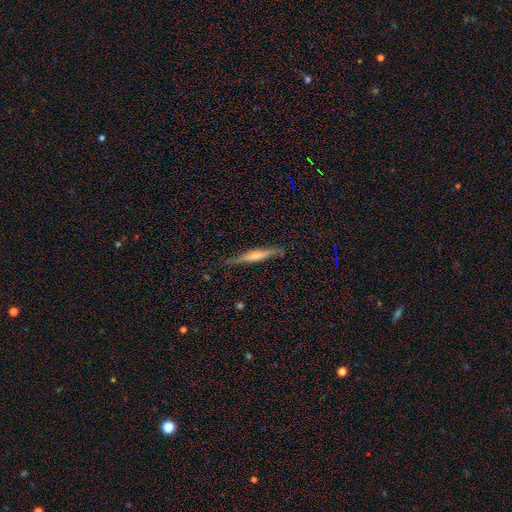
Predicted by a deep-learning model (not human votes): smooth-or-featured: featured or disk: 57% | smooth: 37% | star or artifact: 7%
  disk-edge-on: yes: 95% | no: 5%
    edge-on-bulge: rounded: 54% | none: 33% | boxy: 13%
  merging: none: 84% | minor disturbance: 13% | major disturbance: 2% | merger: 1%